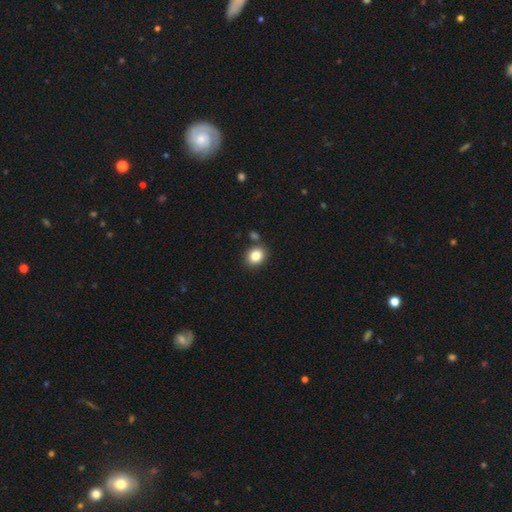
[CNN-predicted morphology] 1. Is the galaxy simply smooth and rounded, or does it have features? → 85% smooth, 10% star or artifact, 5% featured or disk.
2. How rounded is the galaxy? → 59% round, 40% in between, 1% cigar-shaped.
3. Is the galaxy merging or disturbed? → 80% none, 10% minor disturbance, 7% merger, 3% major disturbance.